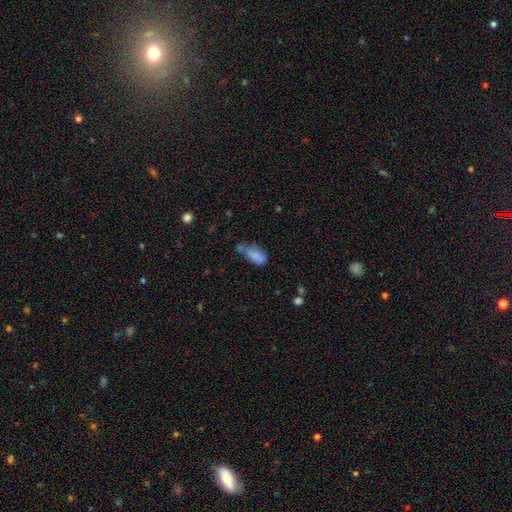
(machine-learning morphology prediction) Smooth or featured? Predicted: smooth (p=0.74). How rounded? Predicted: in between (p=0.89). Merging? Predicted: none (p=0.32).